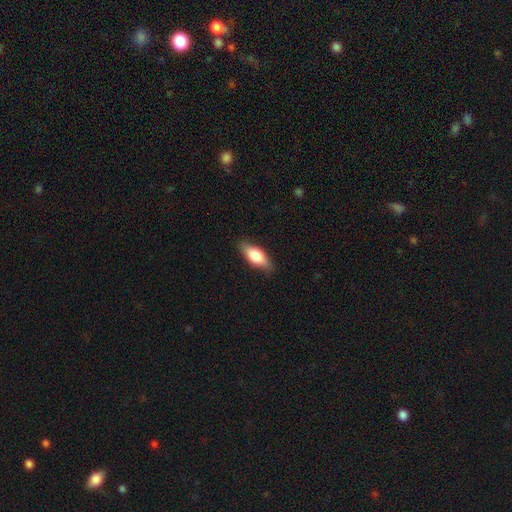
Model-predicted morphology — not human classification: smooth 69%, featured or disk 25%, star or artifact 6%. Down the decision tree: how rounded — in between (76%); merging — none (84%).